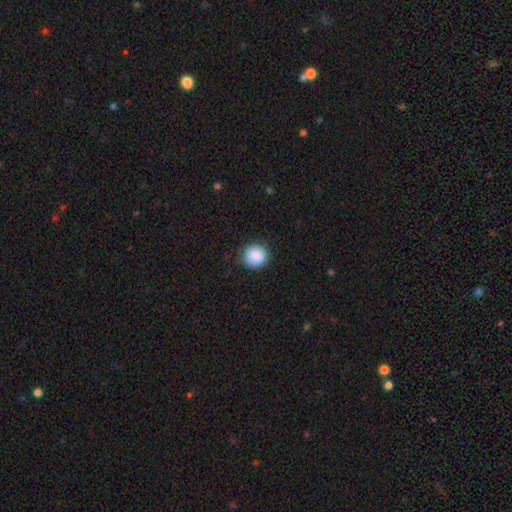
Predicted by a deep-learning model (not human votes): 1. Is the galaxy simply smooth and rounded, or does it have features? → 87% smooth, 8% star or artifact, 5% featured or disk.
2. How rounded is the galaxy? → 89% round, 10% in between, 1% cigar-shaped.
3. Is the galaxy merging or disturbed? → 88% none, 9% minor disturbance, 2% major disturbance, 1% merger.